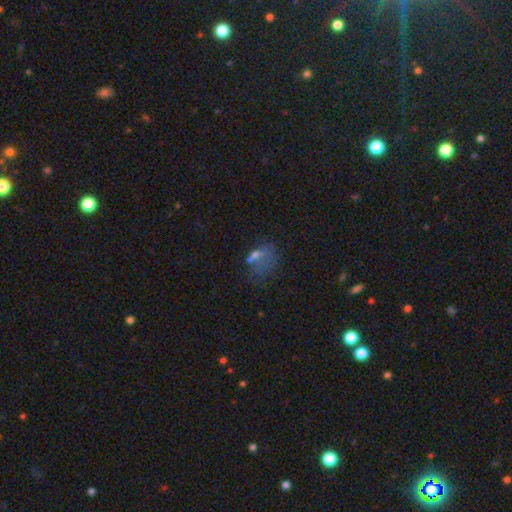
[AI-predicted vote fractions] A smooth galaxy with no disk features (45%).

Vote fractions:
- Smooth or featured? smooth: 45% / star or artifact: 30% / featured or disk: 25%
- Merging? none: 37% / major disturbance: 30% / minor disturbance: 20% / merger: 13%